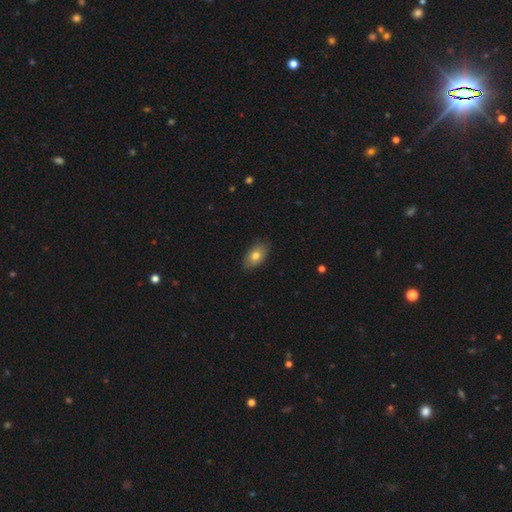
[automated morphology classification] Smooth or featured?
  - smooth: 77% *
  - featured or disk: 16%
  - star or artifact: 7%
How rounded?
  - in between: 90% *
  - round: 8%
  - cigar-shaped: 2%
Merging?
  - none: 85% *
  - minor disturbance: 12%
  - major disturbance: 2%
  - merger: 1%